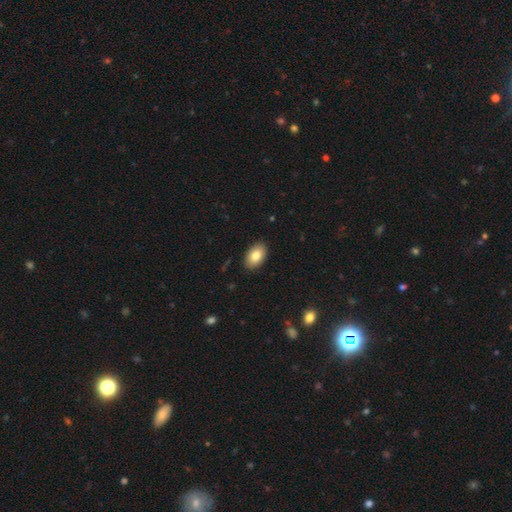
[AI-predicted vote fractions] Morphology: type=smooth (83%); roundness=in between (92%); merging=none (89%).